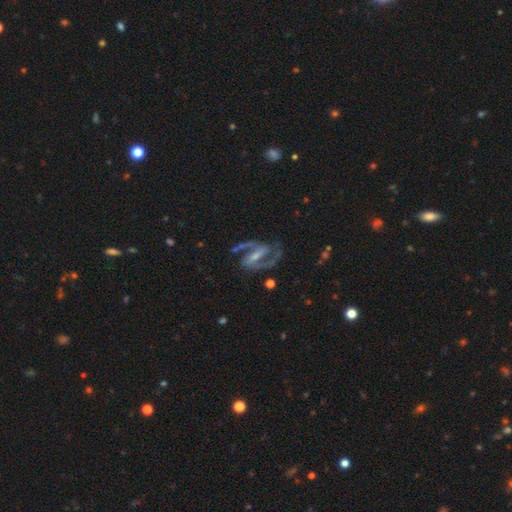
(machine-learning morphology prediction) A featured or disk galaxy (90%) with a strong bar (62%), 2 (93%) medium (63%) spiral arms (97%) and a small central bulge (53%).

Vote fractions:
- Smooth or featured? featured or disk: 90% / smooth: 5% / star or artifact: 5%
- Edge-on disk? no: 97% / yes: 3%
- Bar? strong: 62% / weak: 28% / no: 9%
- Spiral arms? yes: 97% / no: 3%
- Spiral winding? medium: 63% / tight: 19% / loose: 18%
- Spiral arm count? 2: 93% / can't tell: 2% / 1: 2% / 3: 1% / 4: 1% / more than 4: 1%
- Bulge size? small: 53% / moderate: 30% / none: 12% / large: 4% / dominant: 1%
- Merging? none: 72% / minor disturbance: 15% / major disturbance: 9% / merger: 4%